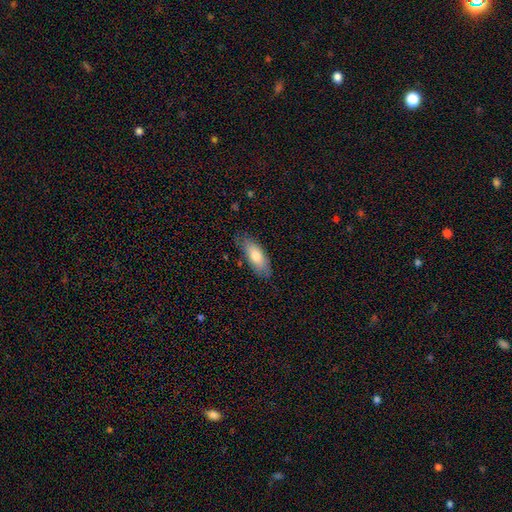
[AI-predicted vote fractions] The model was most divided on "how rounded": in between: 74%, cigar-shaped: 24%, round: 2%. More confident: merging — none (78%); smooth or featured — smooth (72%).